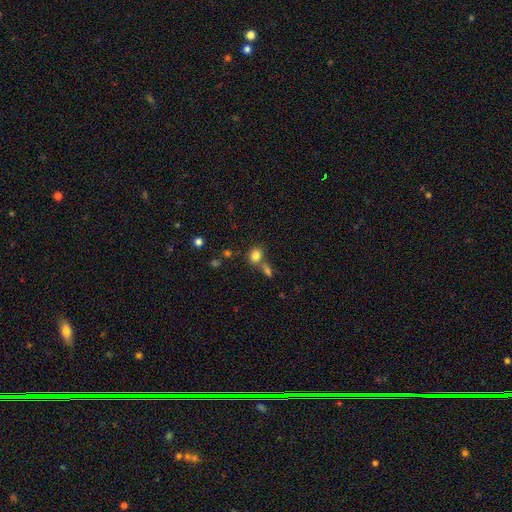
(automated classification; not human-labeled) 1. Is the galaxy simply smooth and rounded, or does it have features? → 82% smooth, 12% star or artifact, 6% featured or disk.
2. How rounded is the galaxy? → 67% round, 32% in between, 1% cigar-shaped.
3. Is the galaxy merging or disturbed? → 55% none, 30% merger, 10% minor disturbance, 4% major disturbance.